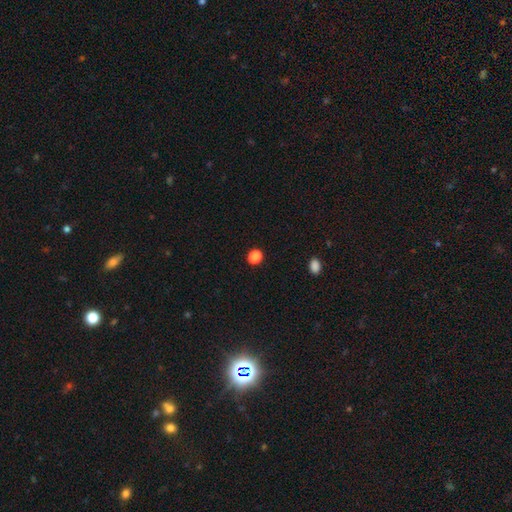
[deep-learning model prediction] A smooth galaxy with no disk features (81%) that is round (56%).

Vote fractions:
- Smooth or featured? smooth: 81% / star or artifact: 15% / featured or disk: 3%
- How rounded? round: 56% / in between: 43% / cigar-shaped: 1%
- Merging? none: 86% / minor disturbance: 8% / merger: 4% / major disturbance: 2%